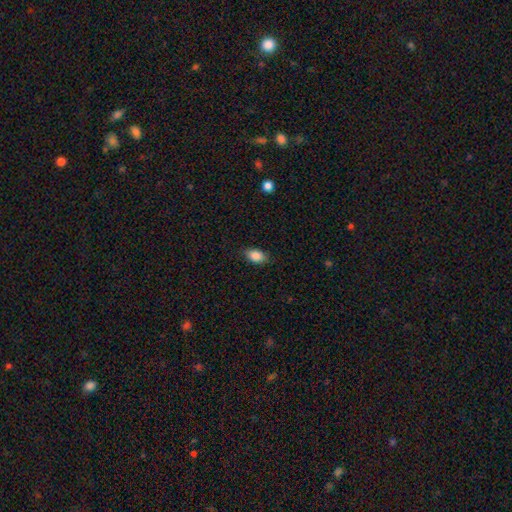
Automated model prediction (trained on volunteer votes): The model was most divided on "merging": none: 85%, minor disturbance: 12%, major disturbance: 3%, merger: 1%. More confident: how rounded — in between (88%); smooth or featured — smooth (87%).